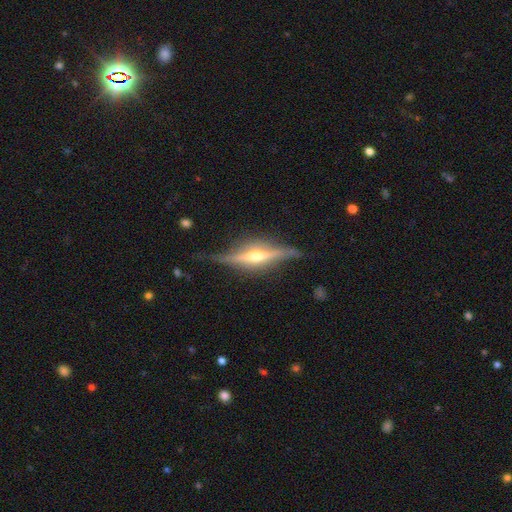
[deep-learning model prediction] A featured or disk galaxy (84%) viewed edge-on (95%) with a rounded central bulge (89%).

Vote fractions:
- Smooth or featured? featured or disk: 84% / smooth: 11% / star or artifact: 6%
- Edge-on disk? yes: 95% / no: 5%
- Edge-on bulge? rounded: 89% / boxy: 7% / none: 4%
- Merging? none: 77% / minor disturbance: 16% / major disturbance: 5% / merger: 2%